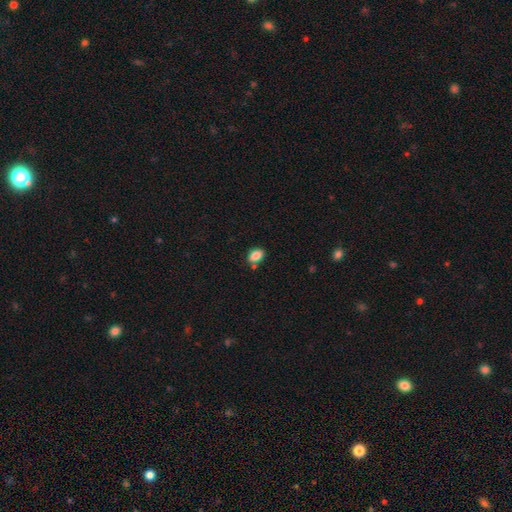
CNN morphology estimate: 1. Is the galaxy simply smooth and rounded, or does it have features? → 86% smooth, 9% star or artifact, 5% featured or disk.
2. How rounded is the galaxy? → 83% in between, 15% round, 1% cigar-shaped.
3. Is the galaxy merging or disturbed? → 74% none, 14% minor disturbance, 10% merger, 3% major disturbance.